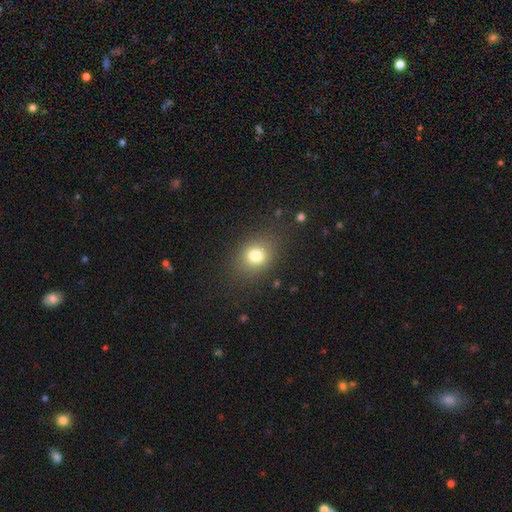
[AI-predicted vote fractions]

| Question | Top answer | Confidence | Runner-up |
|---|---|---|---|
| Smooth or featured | smooth | 77% | star or artifact (13%) |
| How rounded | round | 54% | in between (45%) |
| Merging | none | 81% | minor disturbance (12%) |